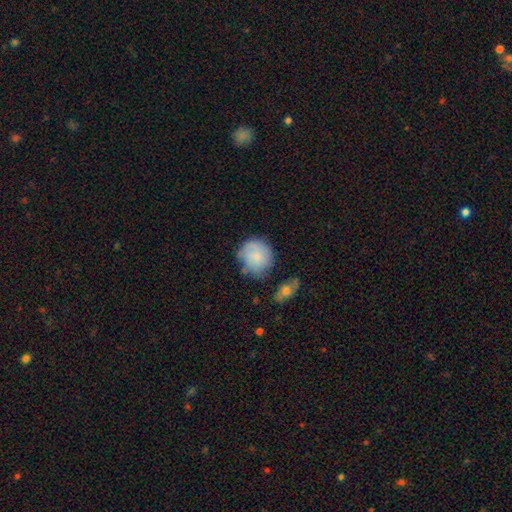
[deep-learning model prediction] Overall: smooth (76%). How rounded: round (85%). Merging: none (61%; minor disturbance 24%).